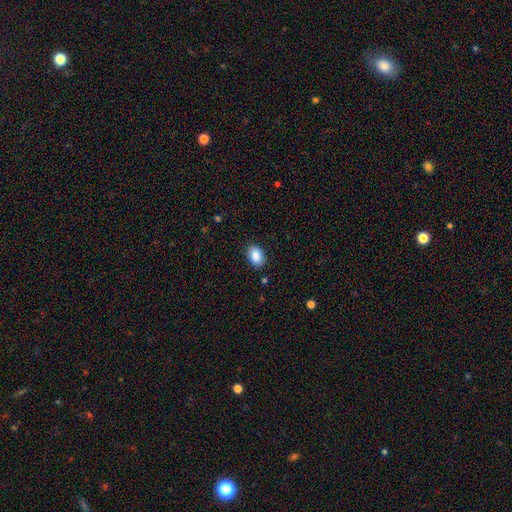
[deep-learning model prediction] smooth 88%, star or artifact 7%, featured or disk 4%. Down the decision tree: how rounded — in between (85%); merging — none (87%).